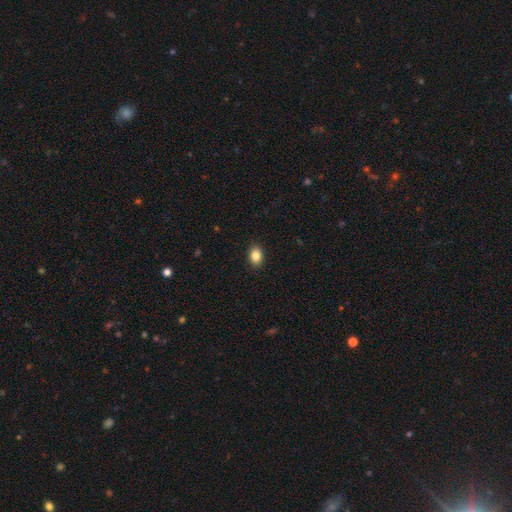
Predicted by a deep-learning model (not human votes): Q: Smooth or featured?
A: smooth (86%); runner-up: star or artifact (9%)
Q: How rounded?
A: in between (75%); runner-up: round (24%)
Q: Merging?
A: none (90%); runner-up: minor disturbance (7%)